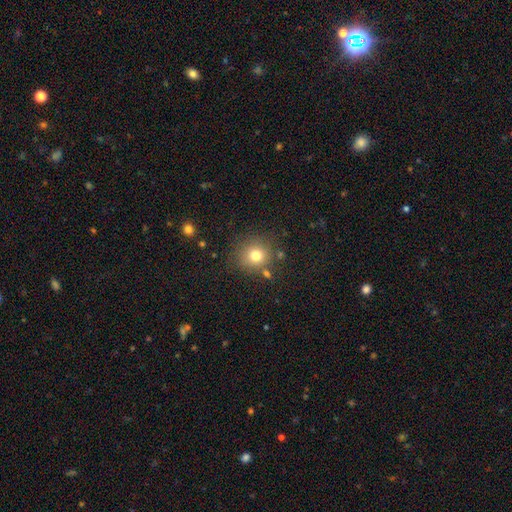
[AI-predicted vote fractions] smooth 77%, star or artifact 14%, featured or disk 9%. Down the decision tree: how rounded — round (89%); merging — none (79%).